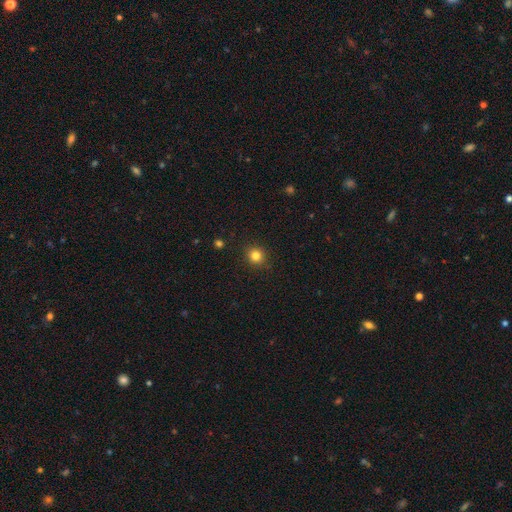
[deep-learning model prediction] A smooth galaxy with no disk features (82%) that is round (88%). Merging: none (90%).